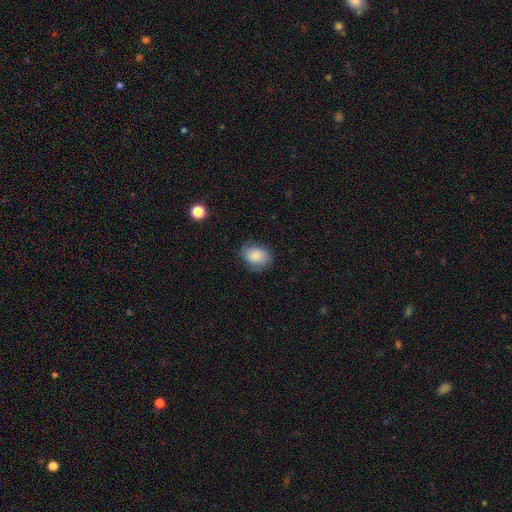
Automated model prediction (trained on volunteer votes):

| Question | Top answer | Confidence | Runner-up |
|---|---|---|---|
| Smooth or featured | smooth | 81% | featured or disk (11%) |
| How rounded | in between | 68% | round (31%) |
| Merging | none | 75% | minor disturbance (19%) |